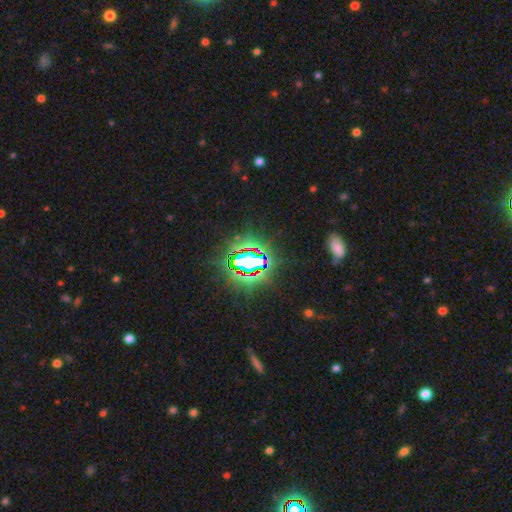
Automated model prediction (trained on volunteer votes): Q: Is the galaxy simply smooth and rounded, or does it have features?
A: star or artifact — 81%.